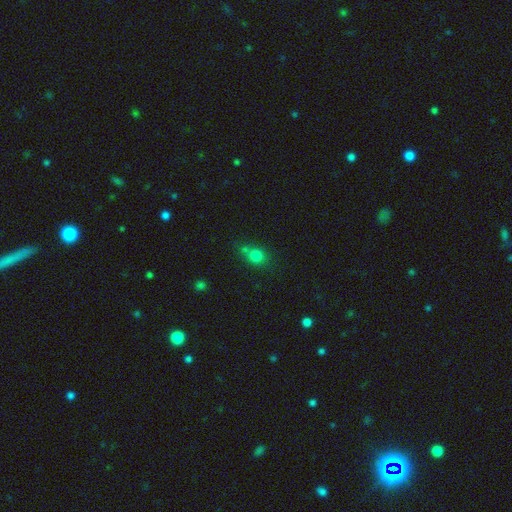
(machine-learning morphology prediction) Smooth or featured? smooth (79%)
How rounded? round (73%)
Merging? none (53%)